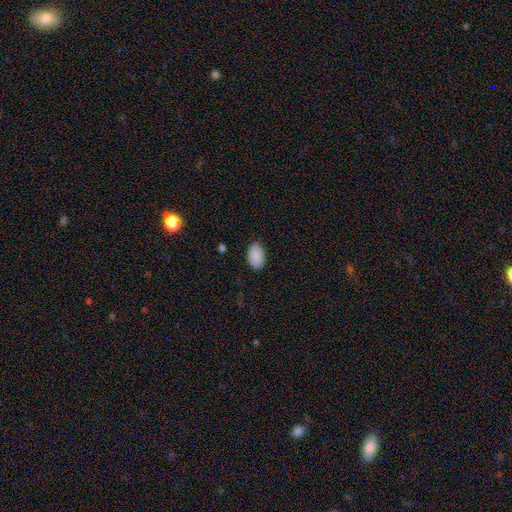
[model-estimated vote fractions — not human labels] Q: Smooth or featured?
A: smooth (89%); runner-up: star or artifact (7%)
Q: How rounded?
A: in between (91%); runner-up: round (8%)
Q: Merging?
A: none (84%); runner-up: minor disturbance (13%)